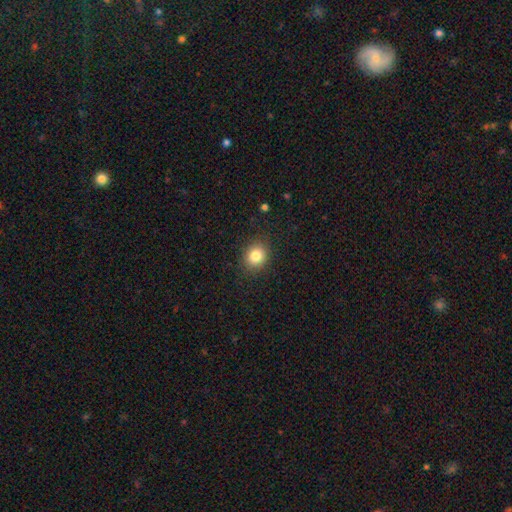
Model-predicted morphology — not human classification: Overall: smooth (83%). How rounded: round (65%; in between 35%). Merging: none (88%).